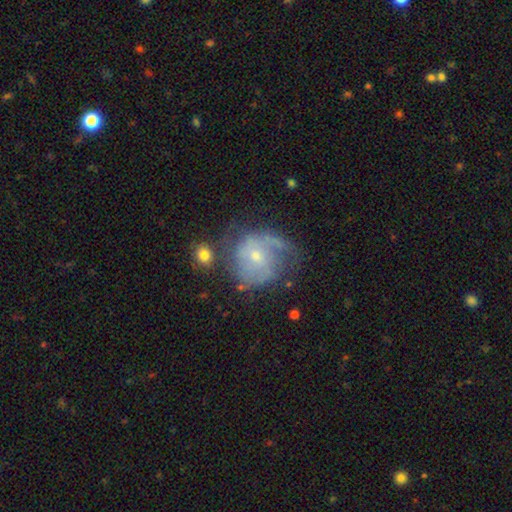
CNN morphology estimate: The model was most divided on "spiral winding" (2-way tie): tight: 38%, medium: 38%, loose: 23%. Remaining: edge-on disk — no (97%); spiral arms — yes (83%); smooth or featured — featured or disk (69%); bulge size — small (67%); bar — no (67%); merging — none (48%); spiral arm count — 2 (34%).